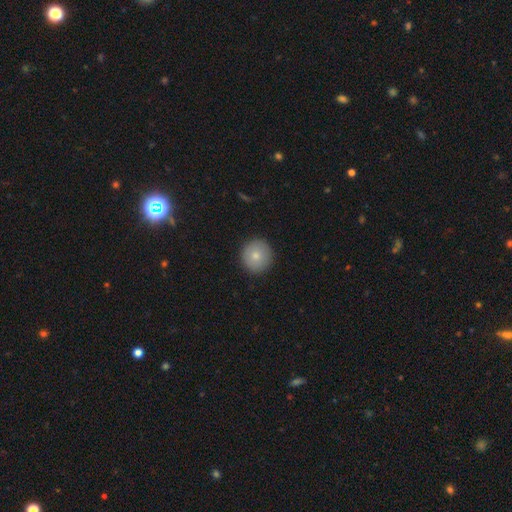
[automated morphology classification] This appears to be a smooth galaxy with no disk features (80%) that is round (95%). Merging: none (91%).